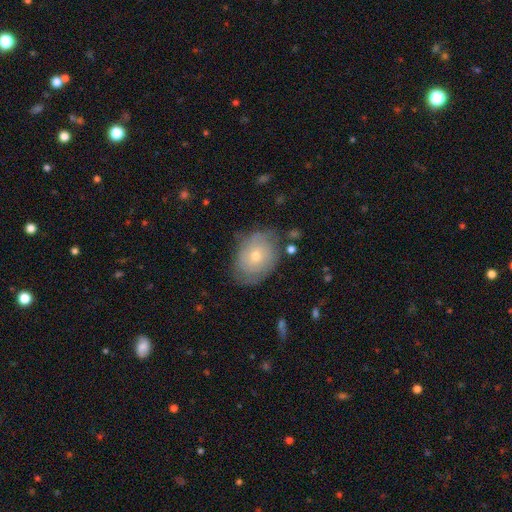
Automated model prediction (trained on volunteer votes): smooth_or_featured: featured or disk (p=0.48) [alt: smooth p=0.43]
merging: none (p=0.70) [alt: minor disturbance p=0.21]